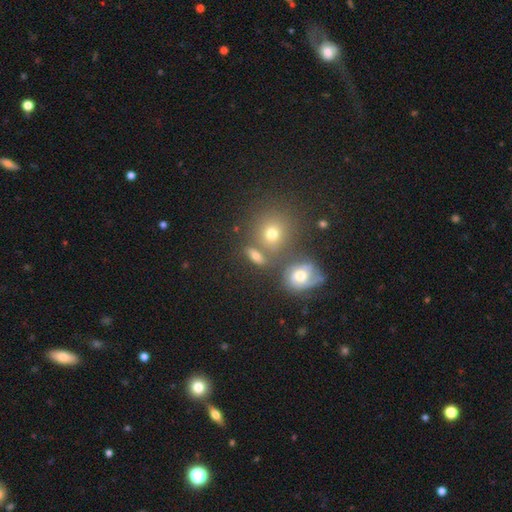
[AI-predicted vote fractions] Smooth or featured? smooth (63%)
How rounded? in between (53%)
Merging? none (60%)